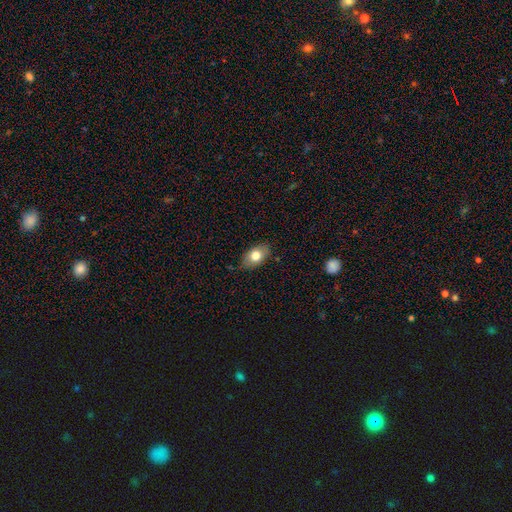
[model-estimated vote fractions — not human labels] A smooth galaxy with no disk features (76%) that is in between round and cigar-shaped (87%).

Vote fractions:
- Smooth or featured? smooth: 76% / featured or disk: 17% / star or artifact: 7%
- How rounded? in between: 87% / round: 11% / cigar-shaped: 2%
- Merging? none: 81% / minor disturbance: 15% / major disturbance: 3% / merger: 1%